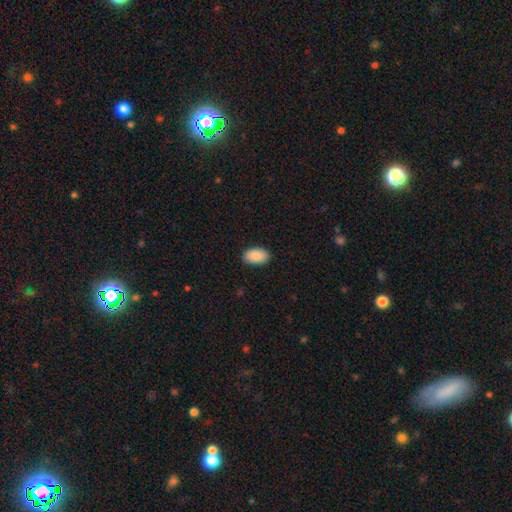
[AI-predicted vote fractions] Smooth or featured? Predicted: smooth (p=0.89). How rounded? Predicted: in between (p=0.94). Merging? Predicted: none (p=0.88).